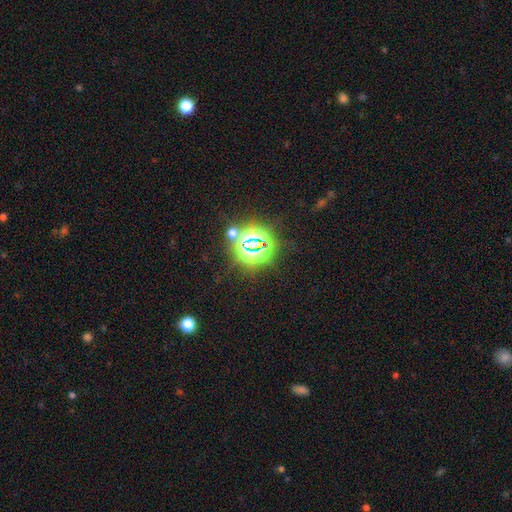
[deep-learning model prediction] Smooth or featured? Predicted: star or artifact (p=0.82).